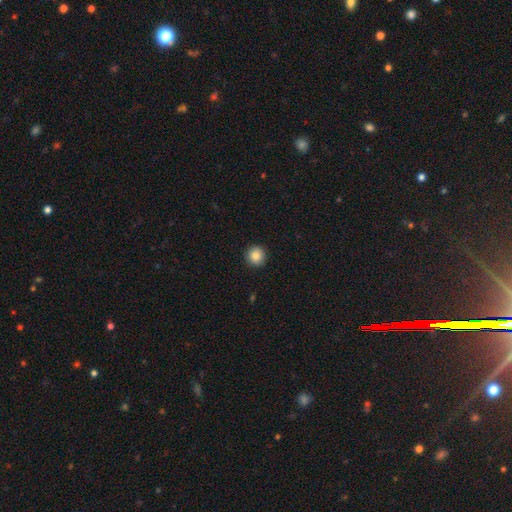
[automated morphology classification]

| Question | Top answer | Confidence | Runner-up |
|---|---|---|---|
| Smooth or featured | smooth | 86% | star or artifact (9%) |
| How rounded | round | 94% | in between (5%) |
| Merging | none | 93% | minor disturbance (5%) |